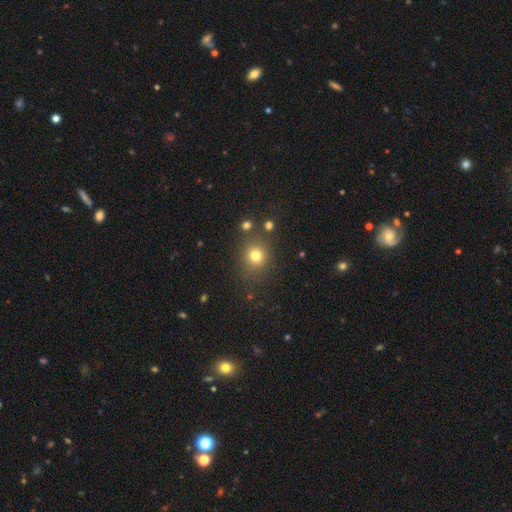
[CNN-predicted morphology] smooth 76%, star or artifact 16%, featured or disk 7%. Down the decision tree: how rounded — round (83%); merging — none (81%).